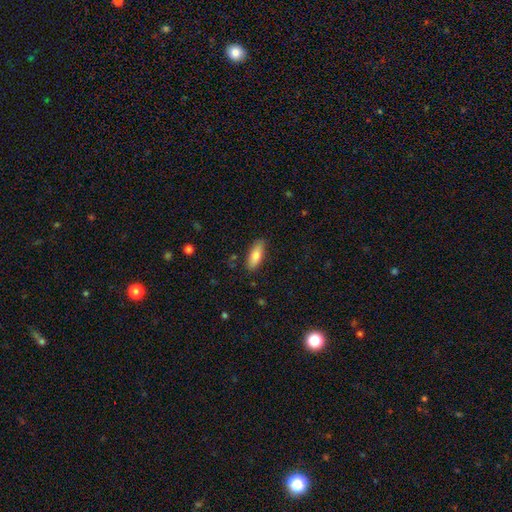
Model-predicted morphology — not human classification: This appears to be a smooth galaxy with no disk features (81%) that is in between round and cigar-shaped (71%). Merging: none (84%).